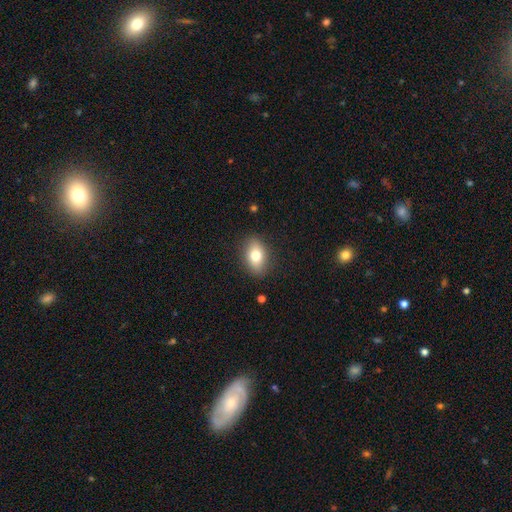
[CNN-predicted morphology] smooth 76%, featured or disk 16%, star or artifact 9%. Down the decision tree: how rounded — in between (84%); merging — none (86%).